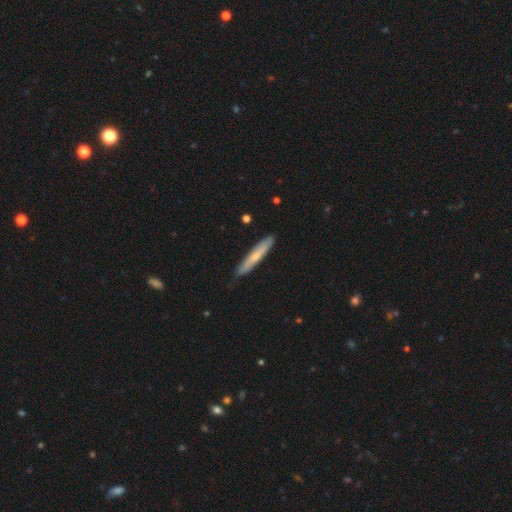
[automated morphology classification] type=smooth (57%); roundness=cigar-shaped (93%); merging=none (86%).